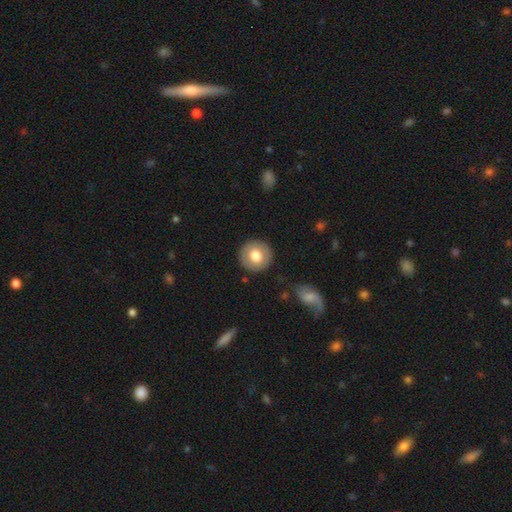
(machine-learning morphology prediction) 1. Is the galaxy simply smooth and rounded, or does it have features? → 71% smooth, 22% featured or disk, 7% star or artifact.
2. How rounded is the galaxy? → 93% round, 6% in between, 1% cigar-shaped.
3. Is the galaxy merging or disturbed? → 88% none, 8% minor disturbance, 2% major disturbance, 2% merger.